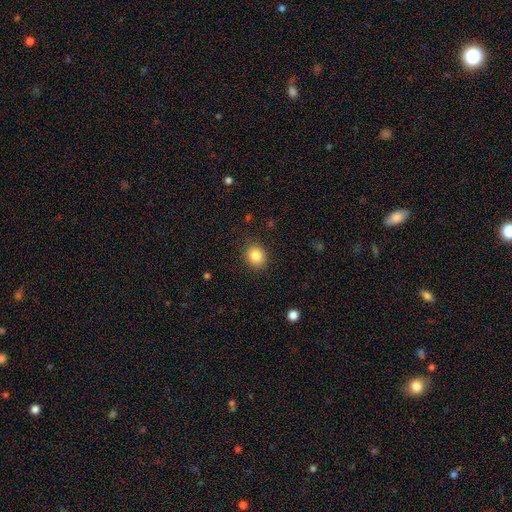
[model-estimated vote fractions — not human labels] Smooth or featured: smooth — 85% (star or artifact — 9%)
How rounded: round — 70% (in between — 29%)
Merging: none — 88% (minor disturbance — 9%)